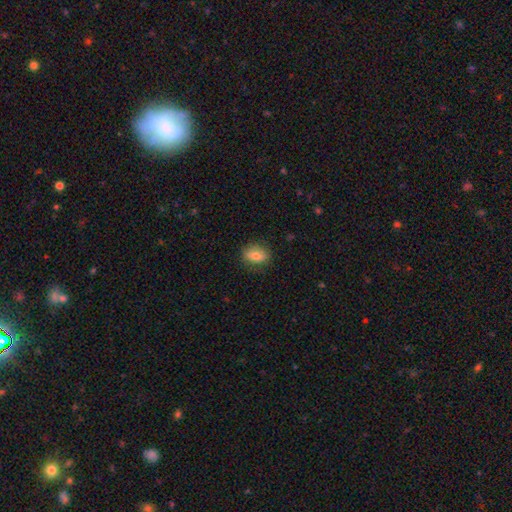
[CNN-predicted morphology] Overall: smooth (75%). How rounded: in between (75%). Merging: none (79%).